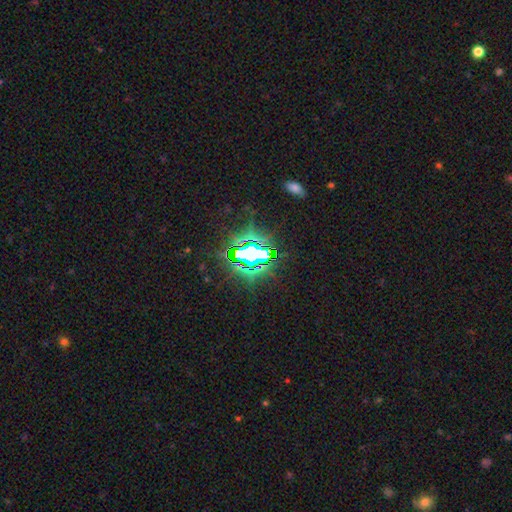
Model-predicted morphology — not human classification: smooth-or-featured: star or artifact: 76% | smooth: 12% | featured or disk: 12%